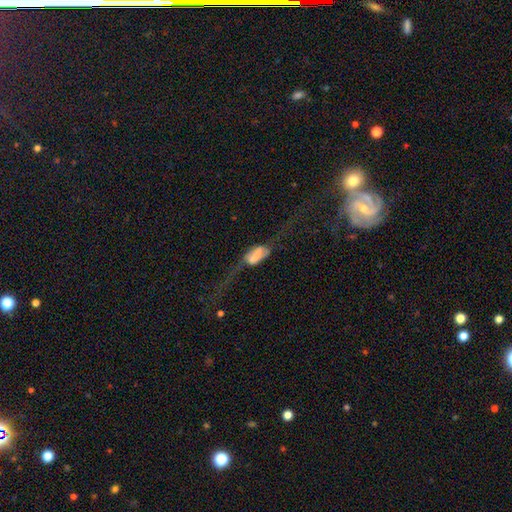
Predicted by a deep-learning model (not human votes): smooth_or_featured: smooth (p=0.46) [alt: featured or disk p=0.43]
merging: major disturbance (p=0.61) [alt: none p=0.17]